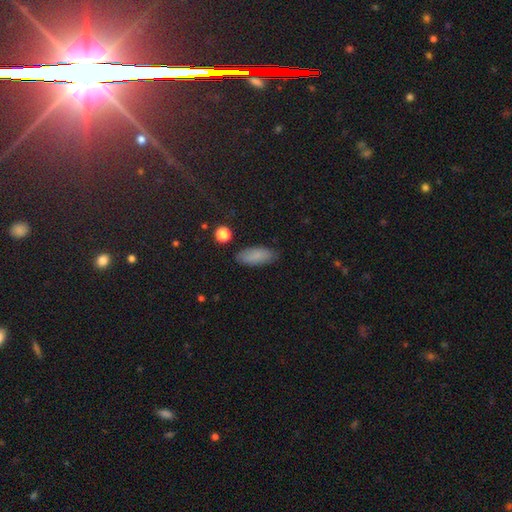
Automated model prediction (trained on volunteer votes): smooth-or-featured: smooth: 85% | star or artifact: 8% | featured or disk: 7%
  how-rounded: in between: 80% | cigar-shaped: 17% | round: 2%
  merging: none: 84% | minor disturbance: 12% | major disturbance: 3% | merger: 2%